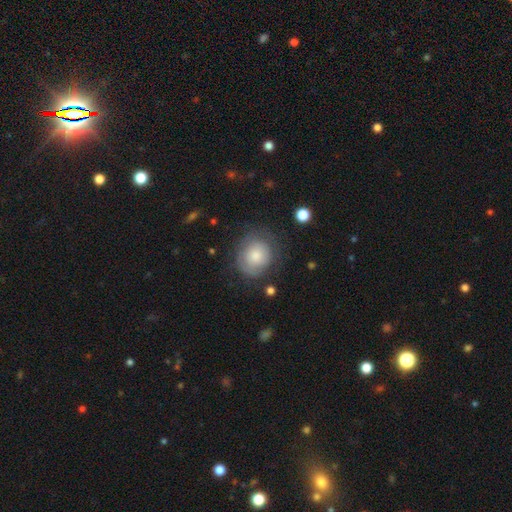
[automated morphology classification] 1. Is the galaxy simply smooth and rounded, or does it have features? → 71% smooth, 21% featured or disk, 7% star or artifact.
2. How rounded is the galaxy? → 75% round, 24% in between, 1% cigar-shaped.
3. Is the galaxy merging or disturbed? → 64% none, 22% minor disturbance, 12% major disturbance, 2% merger.